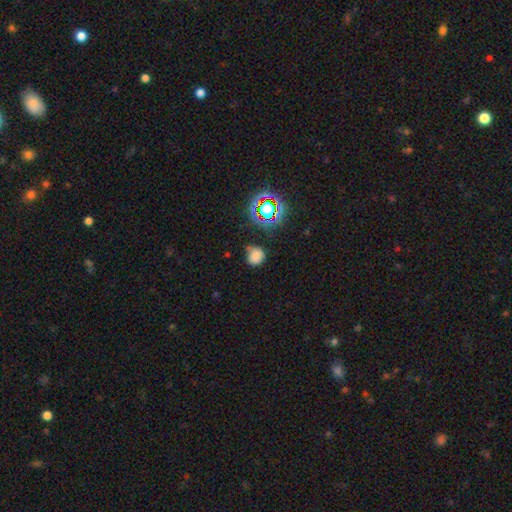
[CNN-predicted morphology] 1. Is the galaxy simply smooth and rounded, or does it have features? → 72% smooth, 19% star or artifact, 9% featured or disk.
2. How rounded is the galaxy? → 82% round, 17% in between, 1% cigar-shaped.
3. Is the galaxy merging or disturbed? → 61% none, 26% minor disturbance, 9% major disturbance, 4% merger.